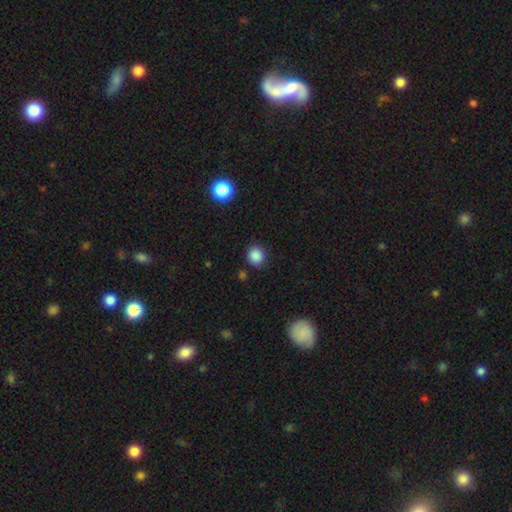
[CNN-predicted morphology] This appears to be a smooth galaxy with no disk features (87%) that is round (82%). Merging: none (86%).